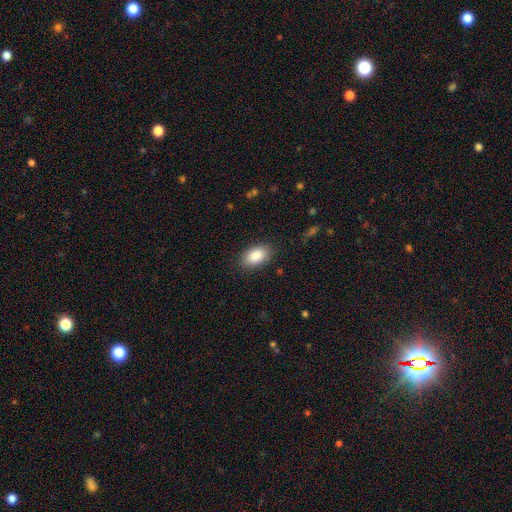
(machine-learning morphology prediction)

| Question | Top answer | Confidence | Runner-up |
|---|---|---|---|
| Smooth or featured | smooth | 88% | star or artifact (7%) |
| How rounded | in between | 93% | round (5%) |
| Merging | none | 86% | minor disturbance (10%) |